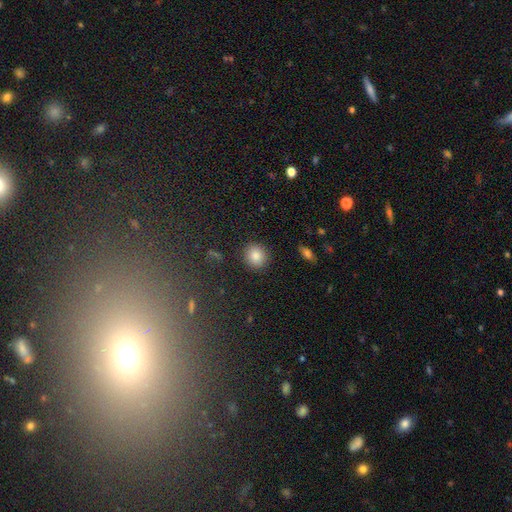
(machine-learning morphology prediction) Overall: smooth (85%). How rounded: round (81%). Merging: none (90%).